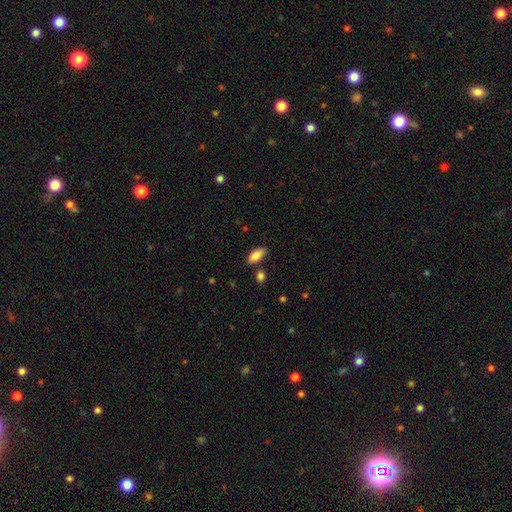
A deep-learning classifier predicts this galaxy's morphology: Q: Smooth or featured?
A: smooth (85%); runner-up: featured or disk (8%)
Q: How rounded?
A: in between (89%); runner-up: cigar-shaped (9%)
Q: Merging?
A: none (80%); runner-up: minor disturbance (13%)